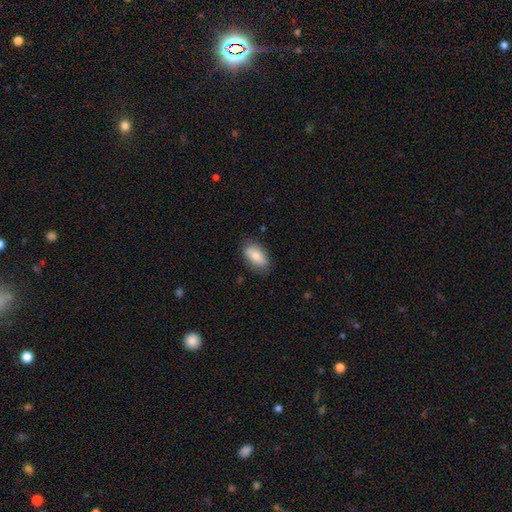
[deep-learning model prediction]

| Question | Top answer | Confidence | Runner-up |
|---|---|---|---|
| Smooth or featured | smooth | 80% | featured or disk (14%) |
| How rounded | in between | 91% | cigar-shaped (4%) |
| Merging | none | 80% | minor disturbance (15%) |